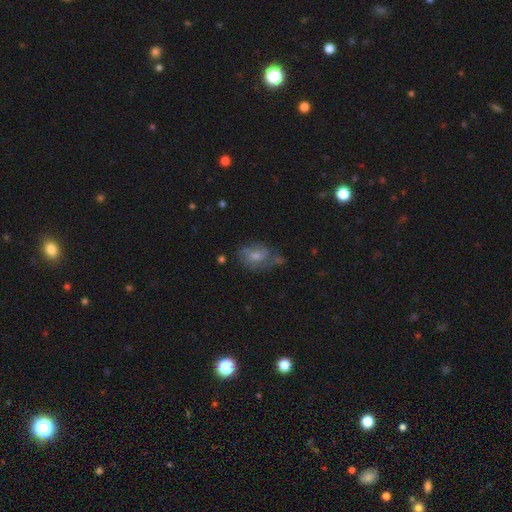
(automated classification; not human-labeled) This is marginally a featured or disk galaxy (45%). Merging: possibly none (51%).